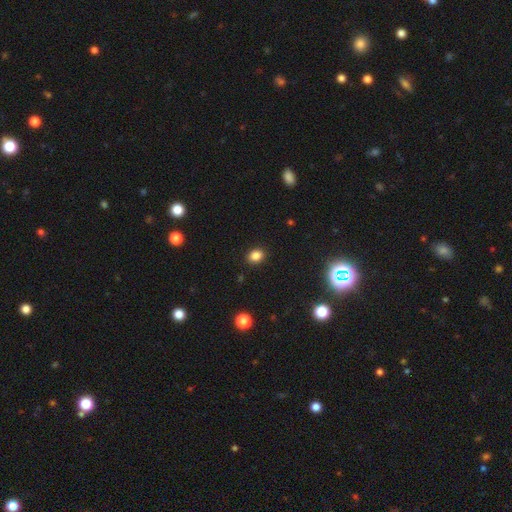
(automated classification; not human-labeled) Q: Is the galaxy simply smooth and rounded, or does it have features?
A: smooth — 84%.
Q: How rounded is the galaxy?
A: in between — 51%.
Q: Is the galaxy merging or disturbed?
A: none — 90%.